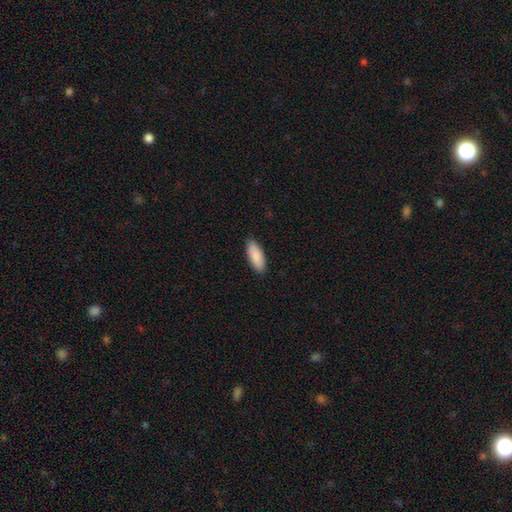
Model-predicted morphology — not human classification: smooth_or_featured: smooth (p=0.89) [alt: star or artifact p=0.06]
how_rounded: in between (p=0.76) [alt: cigar-shaped p=0.23]
merging: none (p=0.87) [alt: minor disturbance p=0.10]